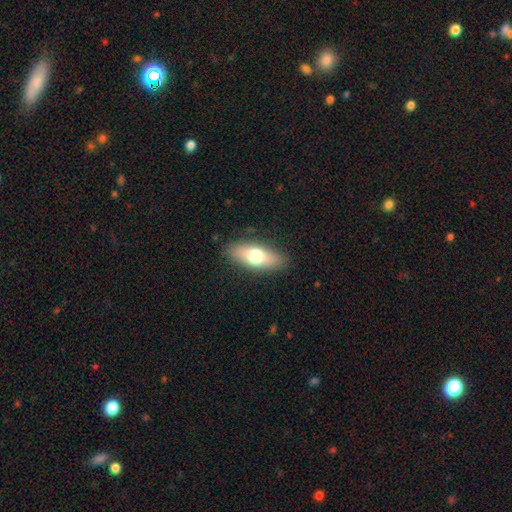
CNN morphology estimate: Smooth or featured? Predicted: smooth (p=0.66). How rounded? Predicted: in between (p=0.71). Merging? Predicted: none (p=0.86).